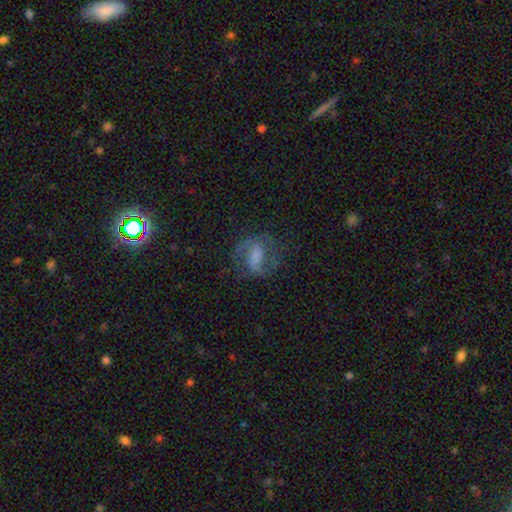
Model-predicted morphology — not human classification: The model was most divided on "bulge size": moderate: 28%, none: 27%, small: 24%, large: 18%, dominant: 3%. Remaining: edge-on disk — no (95%); spiral arms — yes (81%); merging — none (64%); smooth or featured — featured or disk (58%); bar — weak (41%).